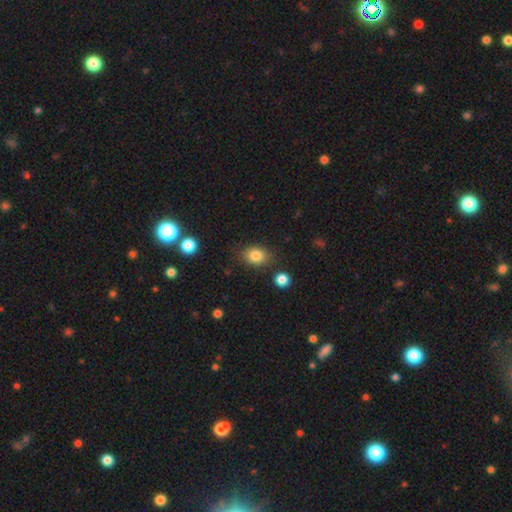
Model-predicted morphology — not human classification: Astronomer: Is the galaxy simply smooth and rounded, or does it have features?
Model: smooth — 83%.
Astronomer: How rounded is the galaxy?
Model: in between — 65%.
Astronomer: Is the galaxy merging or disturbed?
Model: none — 81%.